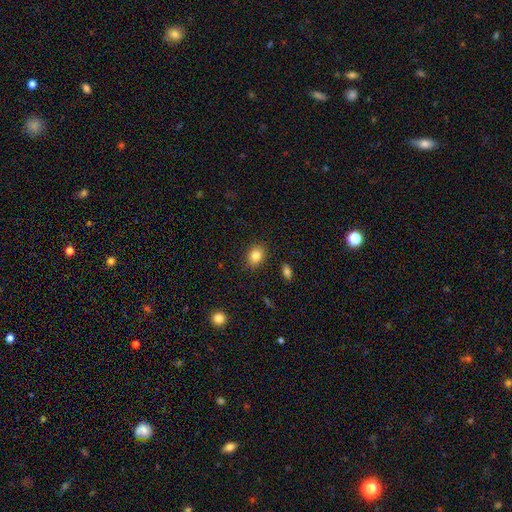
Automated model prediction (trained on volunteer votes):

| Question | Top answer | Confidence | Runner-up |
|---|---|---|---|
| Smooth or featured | smooth | 84% | star or artifact (10%) |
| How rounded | in between | 56% | round (43%) |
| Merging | none | 86% | minor disturbance (10%) |